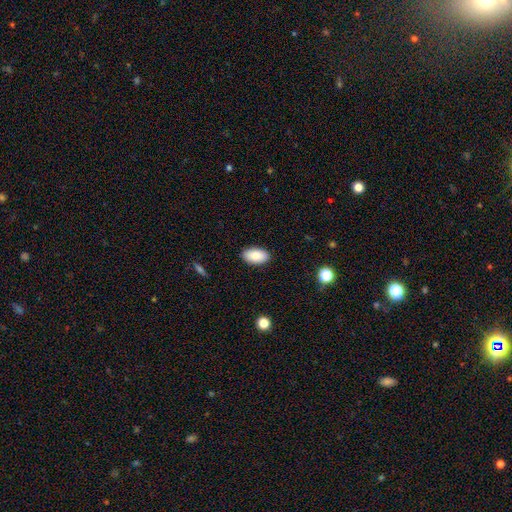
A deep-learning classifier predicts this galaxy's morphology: smooth 86%, featured or disk 7%, star or artifact 7%. Down the decision tree: how rounded — in between (94%); merging — none (89%).